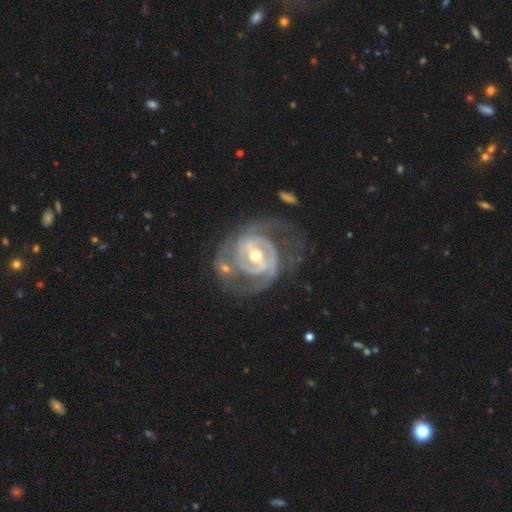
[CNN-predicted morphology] Overall: featured or disk (92%). Edge-on disk: no (97%). Bar: weak (43%; strong 40%). Spiral arms: yes (97%). Spiral arm count: 2 (57%; 3 22%). Spiral winding: tight (62%; medium 32%). Bulge size: moderate (65%; small 30%). Merging: none (58%; minor disturbance 20%).